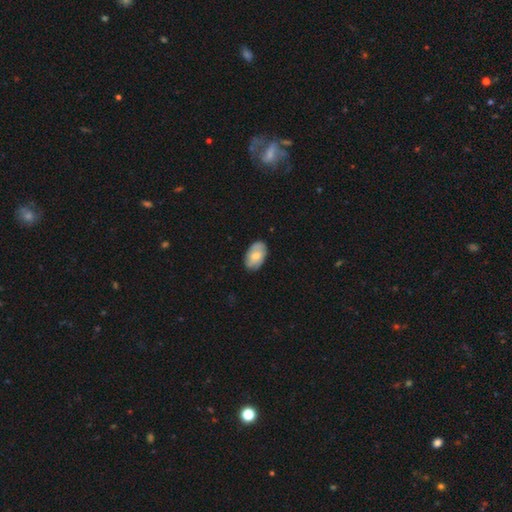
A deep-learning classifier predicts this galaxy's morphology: smooth-or-featured: smooth: 69% | featured or disk: 25% | star or artifact: 6%
  how-rounded: in between: 92% | round: 6% | cigar-shaped: 1%
  merging: none: 83% | minor disturbance: 14% | major disturbance: 2% | merger: 1%